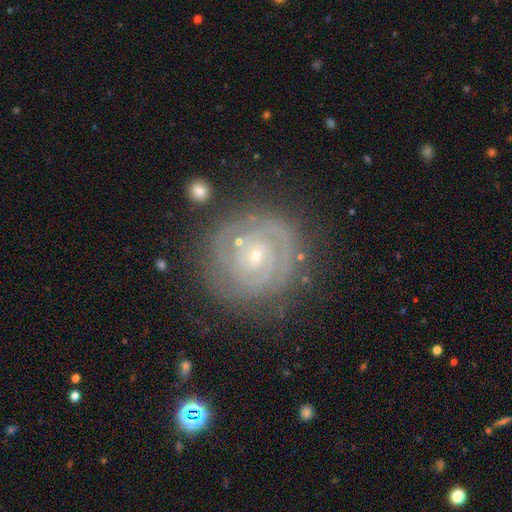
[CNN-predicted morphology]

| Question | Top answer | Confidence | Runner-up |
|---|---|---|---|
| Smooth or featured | featured or disk | 87% | smooth (8%) |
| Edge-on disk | no | 98% | yes (2%) |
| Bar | no | 68% | weak (25%) |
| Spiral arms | yes | 96% | no (4%) |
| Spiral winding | tight | 82% | medium (15%) |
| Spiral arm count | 2 | 52% | can't tell (17%) |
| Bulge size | small | 80% | moderate (16%) |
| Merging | none | 80% | minor disturbance (13%) |